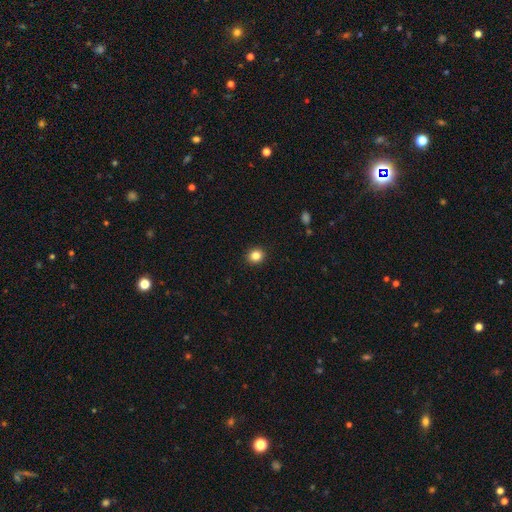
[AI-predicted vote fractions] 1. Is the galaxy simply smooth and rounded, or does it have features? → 84% smooth, 11% star or artifact, 5% featured or disk.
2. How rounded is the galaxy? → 80% round, 19% in between, 1% cigar-shaped.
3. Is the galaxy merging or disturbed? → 92% none, 5% minor disturbance, 2% major disturbance, 1% merger.